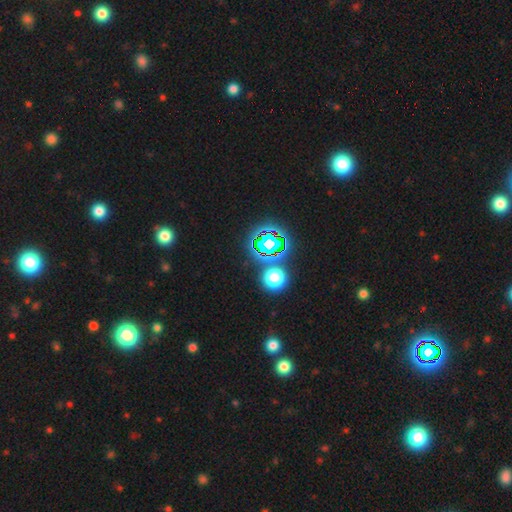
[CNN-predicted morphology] Smooth or featured: star or artifact — 71% (smooth — 20%)